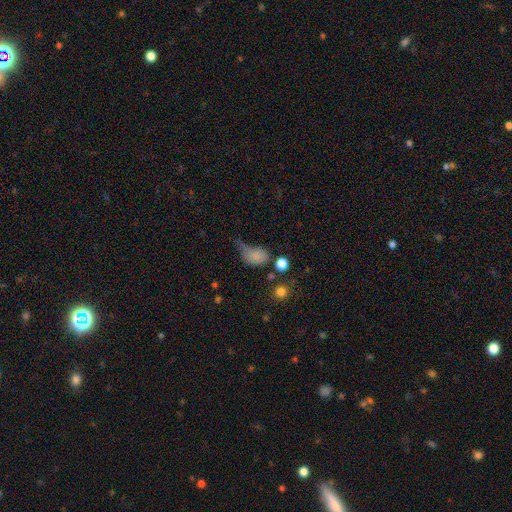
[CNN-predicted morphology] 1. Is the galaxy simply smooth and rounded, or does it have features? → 73% smooth, 14% star or artifact, 13% featured or disk.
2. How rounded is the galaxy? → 72% in between, 26% round, 2% cigar-shaped.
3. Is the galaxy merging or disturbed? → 41% major disturbance, 27% minor disturbance, 23% none, 8% merger.